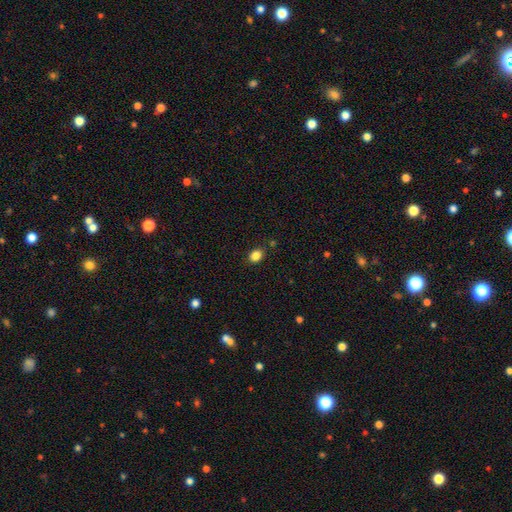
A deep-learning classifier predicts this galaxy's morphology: The model was most divided on "how rounded": in between: 61%, round: 38%, cigar-shaped: 1%. More confident: smooth or featured — smooth (85%); merging — none (85%).